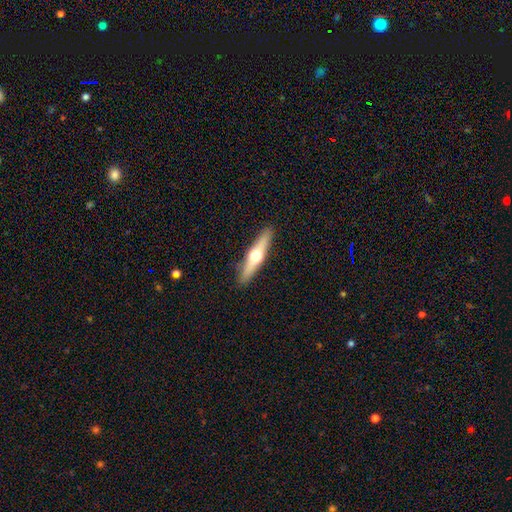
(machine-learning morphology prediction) smooth_or_featured: featured or disk (p=0.58) [alt: smooth p=0.37]
disk_edge_on: yes (p=0.95) [alt: no p=0.05]
edge_on_bulge: rounded (p=0.95) [alt: none p=0.03]
merging: none (p=0.90) [alt: minor disturbance p=0.07]